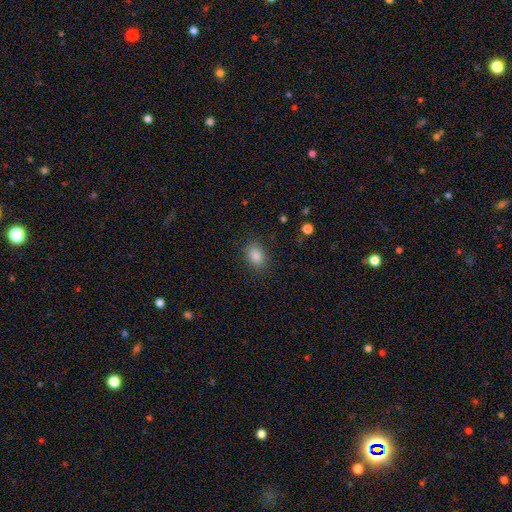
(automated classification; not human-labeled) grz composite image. It shows a smooth galaxy with no disk features (85%) that is in between round and cigar-shaped (75%). Merging: none (87%).